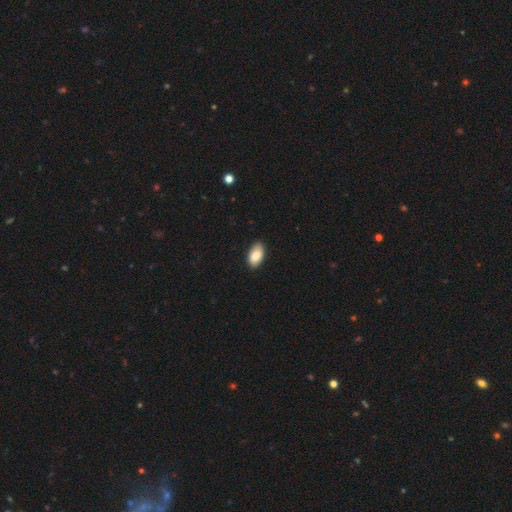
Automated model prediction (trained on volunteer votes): This is clearly a smooth galaxy (87%). How rounded: clearly in between (95%). Merging: clearly none (86%).